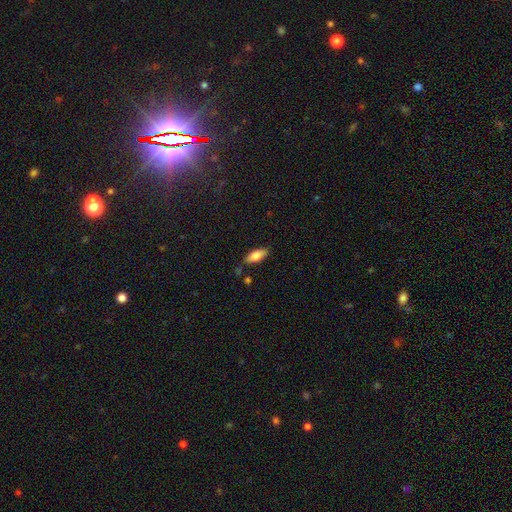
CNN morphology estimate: A smooth galaxy with no disk features (80%) that is in between round and cigar-shaped (74%).

Vote fractions:
- Smooth or featured? smooth: 80% / featured or disk: 14% / star or artifact: 7%
- How rounded? in between: 74% / cigar-shaped: 24% / round: 2%
- Merging? none: 80% / minor disturbance: 14% / merger: 4% / major disturbance: 3%